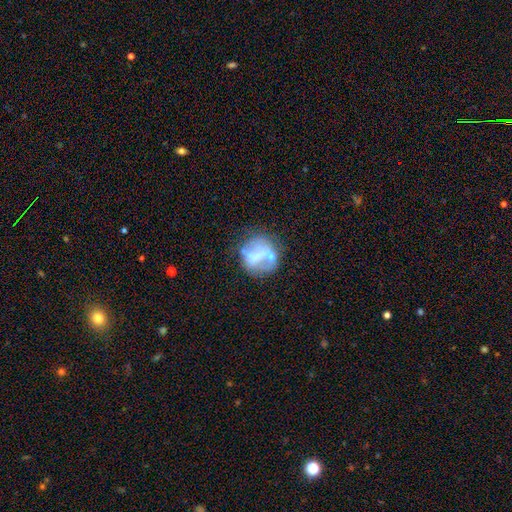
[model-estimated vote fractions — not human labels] This is possibly a featured or disk galaxy (47%). Merging: possibly none (49%).